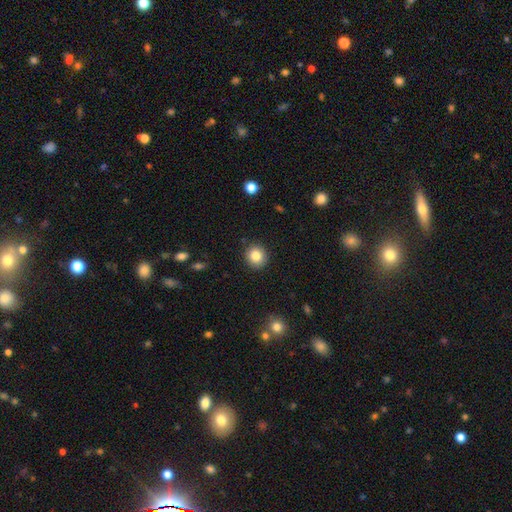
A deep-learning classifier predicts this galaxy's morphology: The model was most divided on "smooth or featured": smooth: 84%, star or artifact: 10%, featured or disk: 6%. More confident: merging — none (90%); how rounded — round (89%).